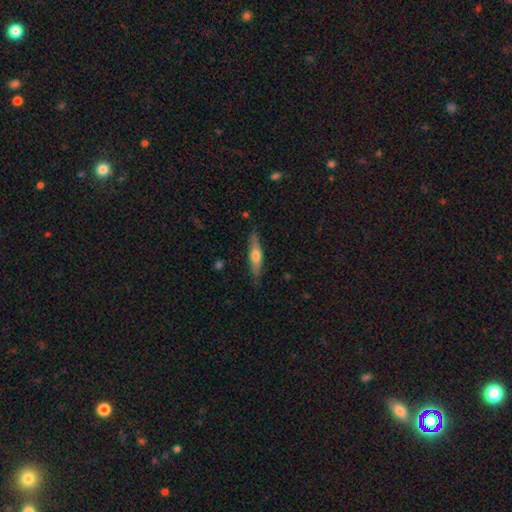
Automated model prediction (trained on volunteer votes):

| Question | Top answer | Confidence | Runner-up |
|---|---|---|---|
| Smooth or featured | smooth | 48% | featured or disk (47%) |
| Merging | none | 84% | minor disturbance (13%) |